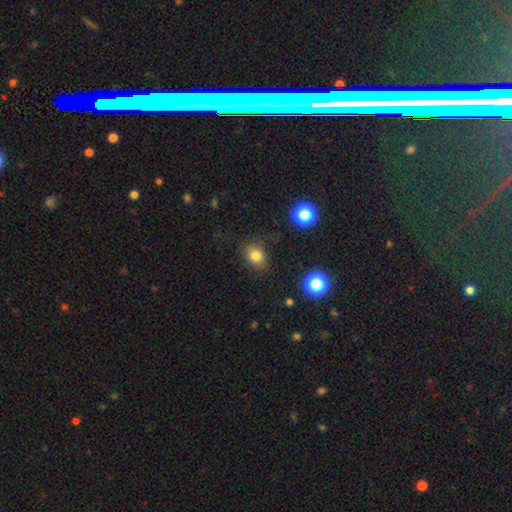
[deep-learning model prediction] Smooth or featured? Predicted: smooth (p=0.80). How rounded? Predicted: in between (p=0.55). Merging? Predicted: none (p=0.79).